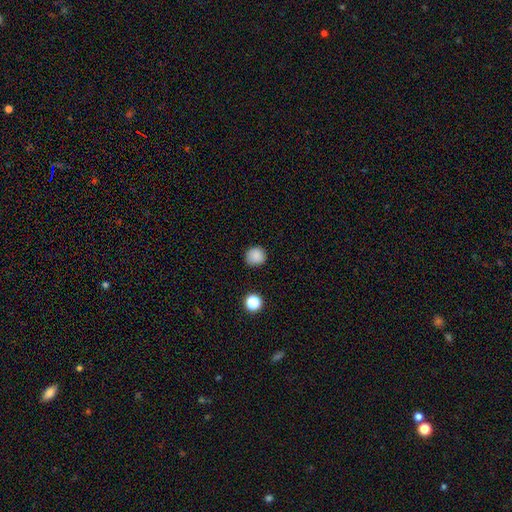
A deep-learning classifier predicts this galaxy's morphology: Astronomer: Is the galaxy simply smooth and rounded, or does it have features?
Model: smooth — 86%.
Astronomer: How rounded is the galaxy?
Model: round — 91%.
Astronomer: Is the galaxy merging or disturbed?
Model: none — 87%.